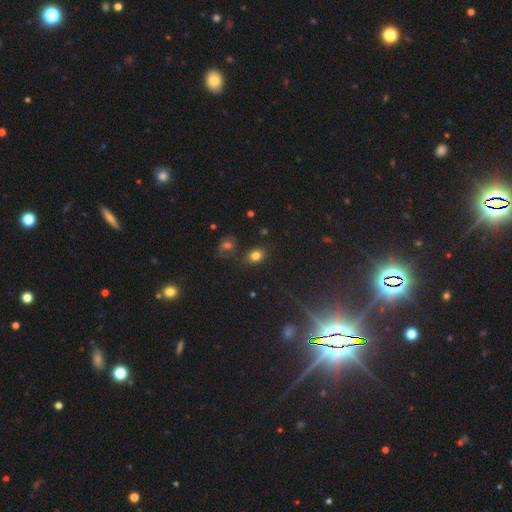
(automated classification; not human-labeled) smooth-or-featured: smooth: 77% | star or artifact: 14% | featured or disk: 8%
  how-rounded: in between: 62% | round: 37% | cigar-shaped: 1%
  merging: none: 79% | minor disturbance: 12% | merger: 5% | major disturbance: 4%